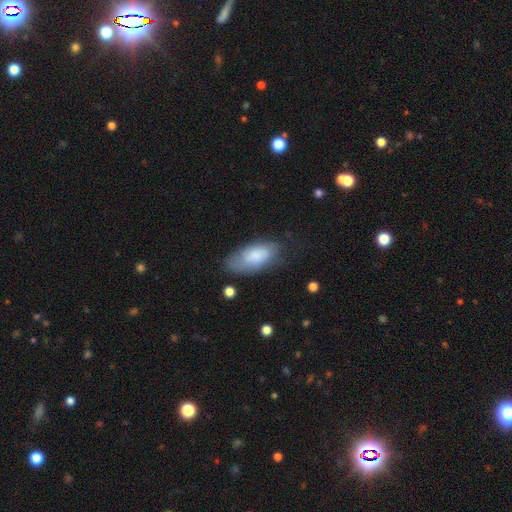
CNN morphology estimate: Smooth or featured? smooth (73%)
How rounded? in between (90%)
Merging? none (59%)